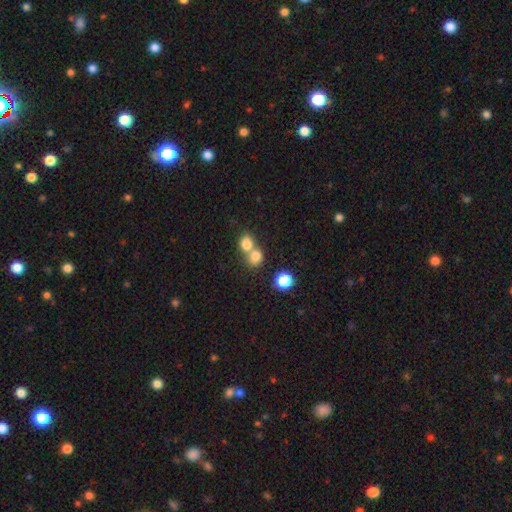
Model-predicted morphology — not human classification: smooth_or_featured: smooth (p=0.78) [alt: star or artifact p=0.12]
how_rounded: round (p=0.67) [alt: in between p=0.32]
merging: merger (p=0.57) [alt: none p=0.34]